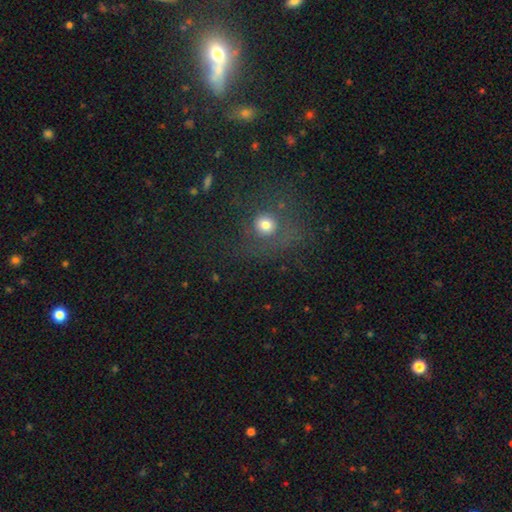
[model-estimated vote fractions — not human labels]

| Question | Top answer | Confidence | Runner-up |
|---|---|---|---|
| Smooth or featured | smooth | 46% | star or artifact (38%) |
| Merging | none | 68% | minor disturbance (14%) |